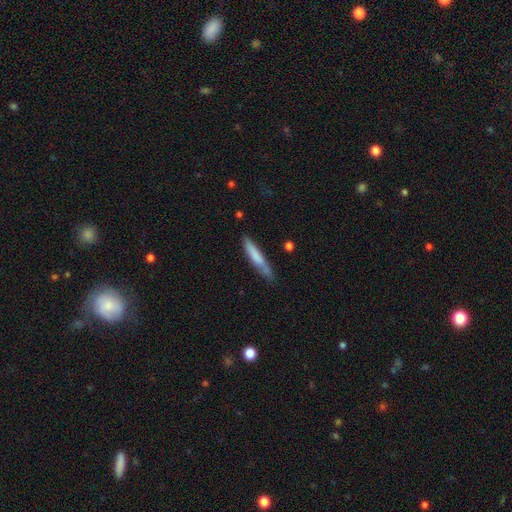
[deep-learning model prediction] The model was most divided on "merging": none: 70%, minor disturbance: 23%, major disturbance: 4%, merger: 3%. More confident: how rounded — cigar-shaped (91%); smooth or featured — smooth (73%).